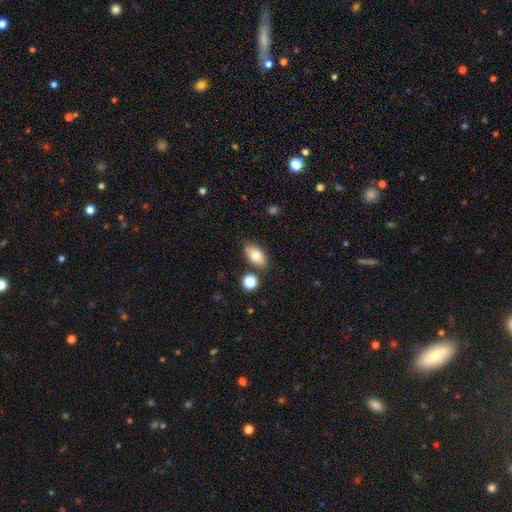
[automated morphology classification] The model was most divided on "merging": none: 80%, minor disturbance: 12%, merger: 5%, major disturbance: 3%. More confident: how rounded — in between (90%); smooth or featured — smooth (82%).